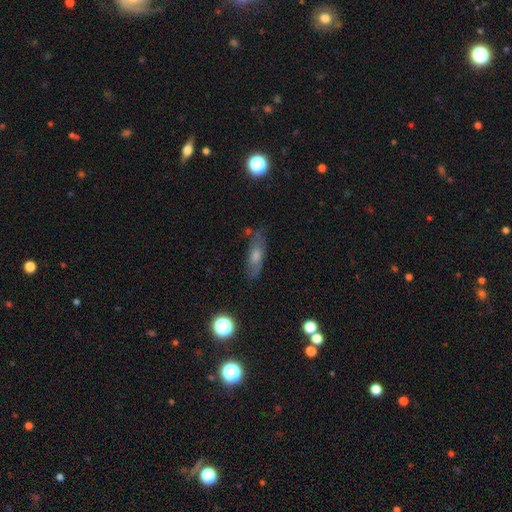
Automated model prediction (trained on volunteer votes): Smooth or featured? Predicted: smooth (p=0.45). Merging? Predicted: none (p=0.74).